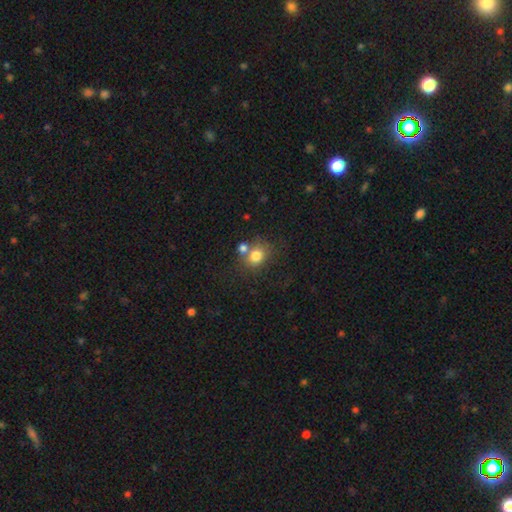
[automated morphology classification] Smooth or featured?
  - smooth: 78% *
  - star or artifact: 12%
  - featured or disk: 10%
How rounded?
  - round: 65% *
  - in between: 34%
  - cigar-shaped: 1%
Merging?
  - none: 52% *
  - merger: 28%
  - minor disturbance: 13%
  - major disturbance: 6%